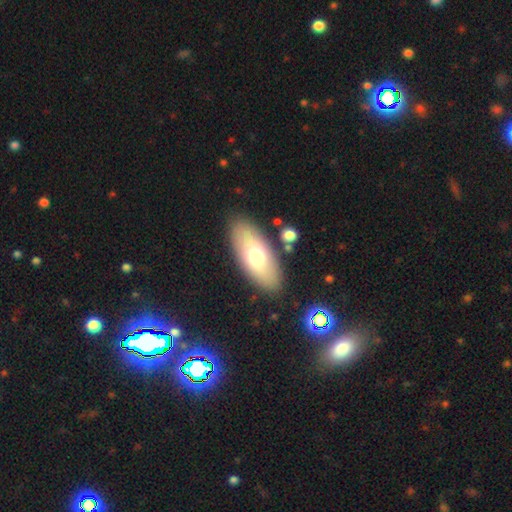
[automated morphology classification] Smooth or featured?
  - smooth: 66% *
  - featured or disk: 28%
  - star or artifact: 7%
How rounded?
  - in between: 85% *
  - cigar-shaped: 12%
  - round: 3%
Merging?
  - none: 86% *
  - minor disturbance: 9%
  - major disturbance: 3%
  - merger: 3%